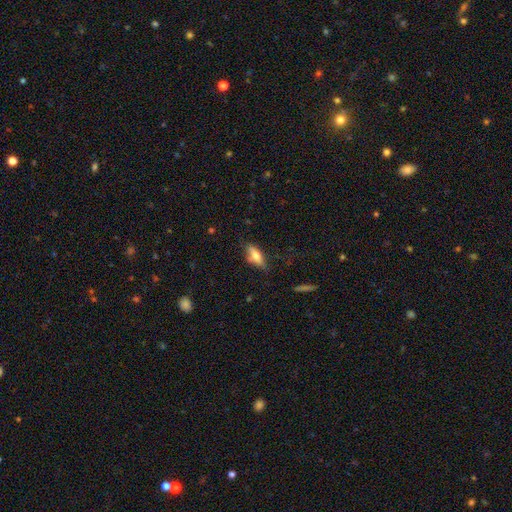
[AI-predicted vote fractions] Overall: smooth (62%; featured or disk 30%). How rounded: in between (63%; cigar-shaped 34%). Merging: none (70%).